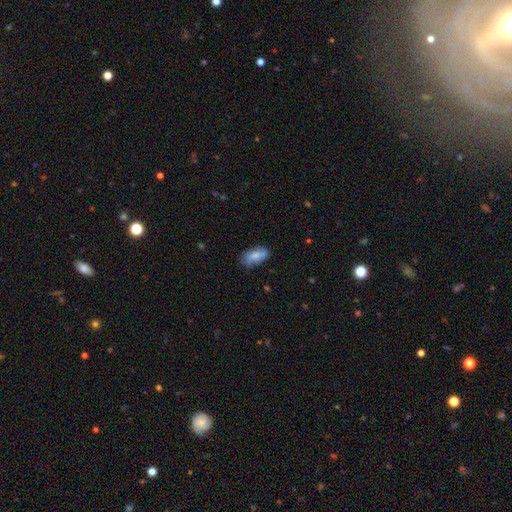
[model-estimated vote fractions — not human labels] A smooth galaxy with no disk features (56%) that is in between round and cigar-shaped (89%). Merging: none (63%).